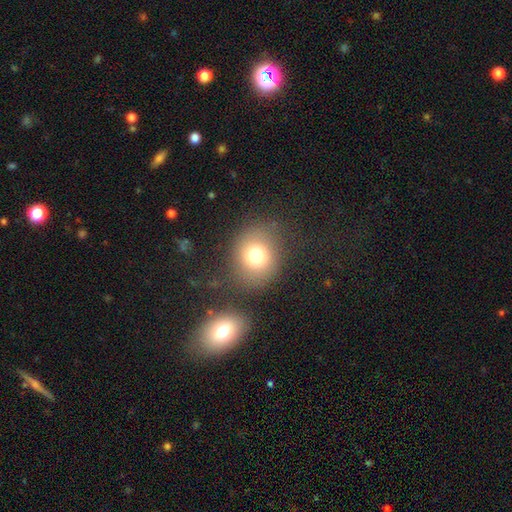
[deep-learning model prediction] Smooth or featured?
  - smooth: 76% *
  - featured or disk: 12%
  - star or artifact: 12%
How rounded?
  - round: 70% *
  - in between: 29%
  - cigar-shaped: 1%
Merging?
  - none: 72% *
  - minor disturbance: 14%
  - merger: 7%
  - major disturbance: 7%